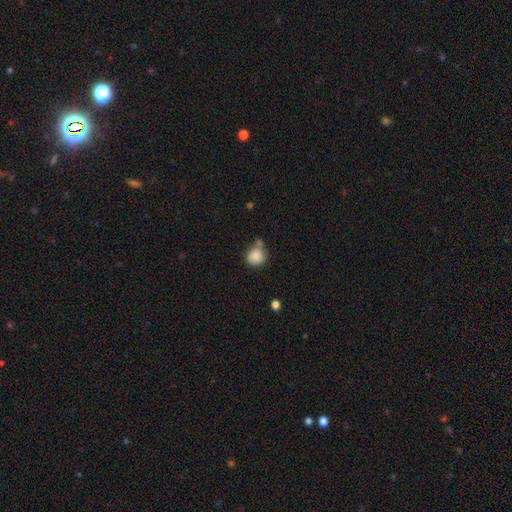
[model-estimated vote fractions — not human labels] This is clearly a smooth galaxy (85%). How rounded: clearly round (83%). Merging: possibly none (50%).